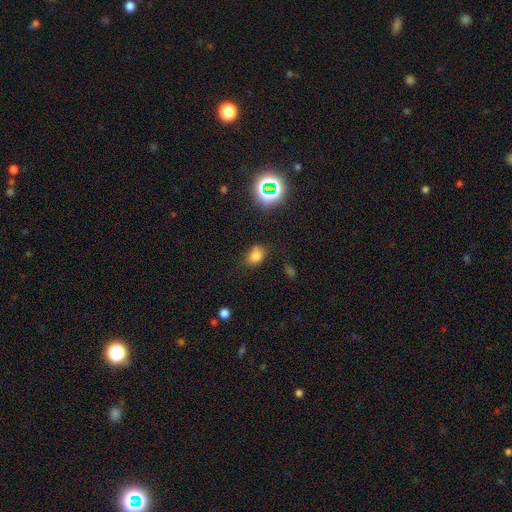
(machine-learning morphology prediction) Smooth or featured?
  - smooth: 74% *
  - star or artifact: 18%
  - featured or disk: 8%
How rounded?
  - in between: 56% *
  - round: 43%
  - cigar-shaped: 1%
Merging?
  - none: 74% *
  - minor disturbance: 18%
  - major disturbance: 5%
  - merger: 3%